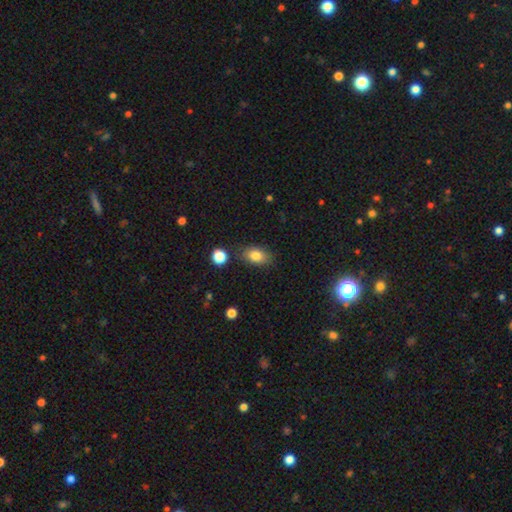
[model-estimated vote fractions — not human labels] smooth-or-featured: smooth: 82% | featured or disk: 9% | star or artifact: 9%
  how-rounded: in between: 84% | round: 13% | cigar-shaped: 2%
  merging: none: 81% | minor disturbance: 12% | merger: 4% | major disturbance: 3%